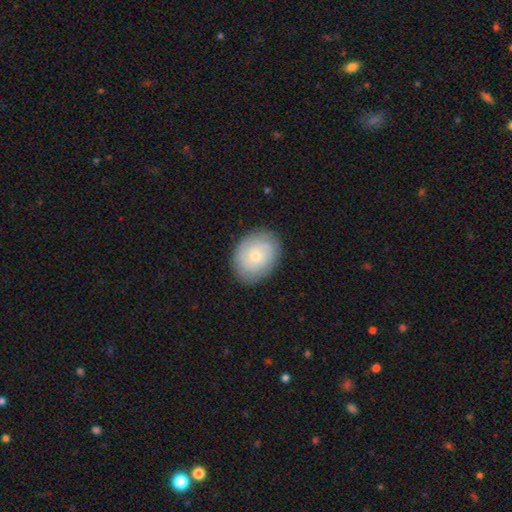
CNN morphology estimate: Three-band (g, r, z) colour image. It shows a smooth galaxy with no disk features (55%) that is in between round and cigar-shaped (58%). Merging: none (83%).